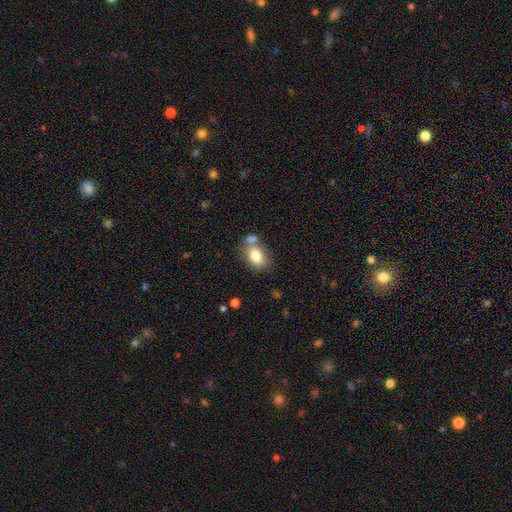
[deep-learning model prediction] A smooth galaxy with no disk features (79%) that is in between round and cigar-shaped (78%).

Vote fractions:
- Smooth or featured? smooth: 79% / featured or disk: 13% / star or artifact: 8%
- How rounded? in between: 78% / round: 20% / cigar-shaped: 1%
- Merging? none: 49% / merger: 32% / minor disturbance: 14% / major disturbance: 5%